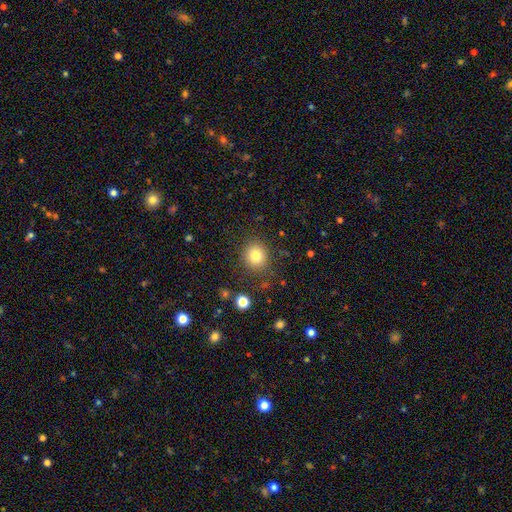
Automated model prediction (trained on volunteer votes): smooth-or-featured: smooth: 81% | star or artifact: 12% | featured or disk: 7%
  how-rounded: round: 85% | in between: 14% | cigar-shaped: 1%
  merging: none: 84% | minor disturbance: 10% | major disturbance: 4% | merger: 2%